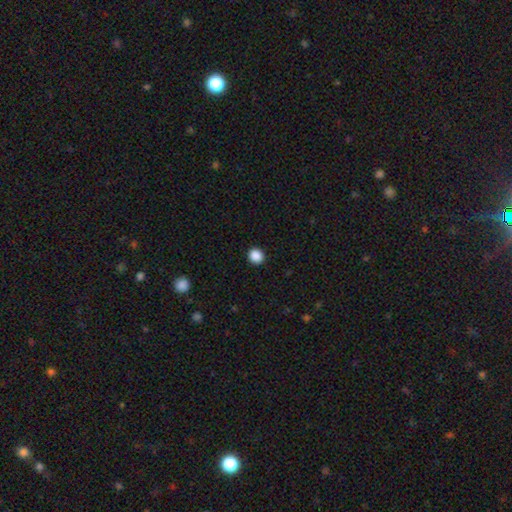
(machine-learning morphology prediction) smooth 88%, star or artifact 10%, featured or disk 2%. Down the decision tree: how rounded — round (90%); merging — none (92%).